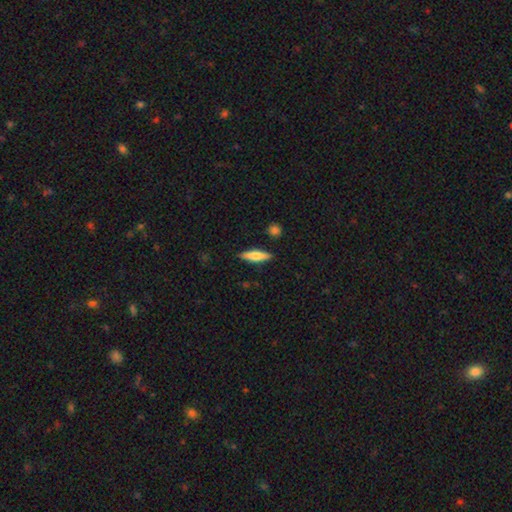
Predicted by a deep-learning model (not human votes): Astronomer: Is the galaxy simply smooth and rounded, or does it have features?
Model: smooth — 65%.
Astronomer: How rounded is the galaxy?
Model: cigar-shaped — 67%.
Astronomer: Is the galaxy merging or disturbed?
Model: none — 87%.